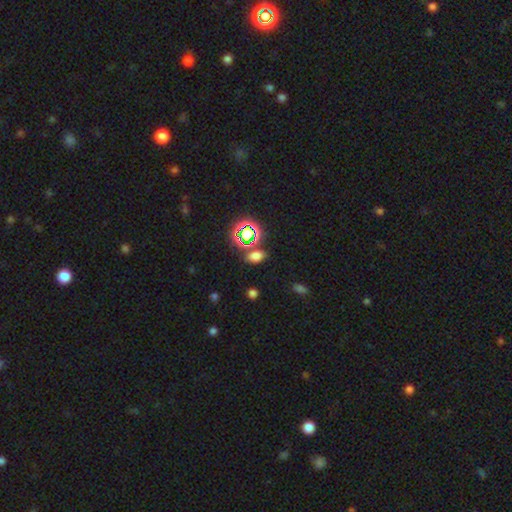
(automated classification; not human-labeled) A smooth galaxy with no disk features (60%) that is in between round and cigar-shaped (78%).

Vote fractions:
- Smooth or featured? smooth: 60% / star or artifact: 32% / featured or disk: 7%
- How rounded? in between: 78% / round: 20% / cigar-shaped: 2%
- Merging? none: 78% / minor disturbance: 10% / merger: 8% / major disturbance: 4%